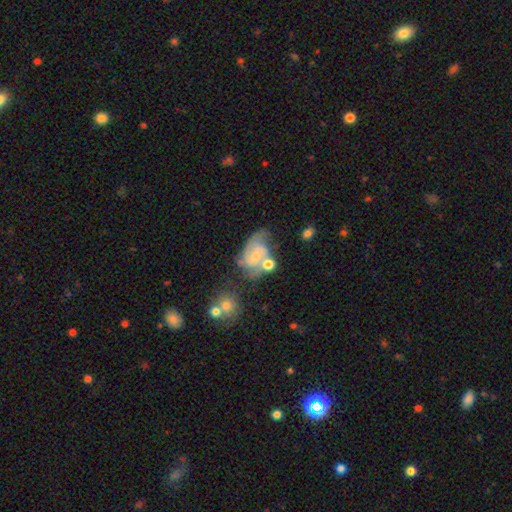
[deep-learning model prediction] Smooth or featured: featured or disk — 75% (smooth — 18%)
Edge-on disk: no — 98% (yes — 2%)
Bar: no — 65% (weak — 30%)
Spiral arms: yes — 91% (no — 9%)
Spiral winding: medium — 46% (tight — 38%)
Spiral arm count: 2 — 49% (can't tell — 20%)
Bulge size: small — 65% (moderate — 25%)
Merging: none — 38% (merger — 23%)